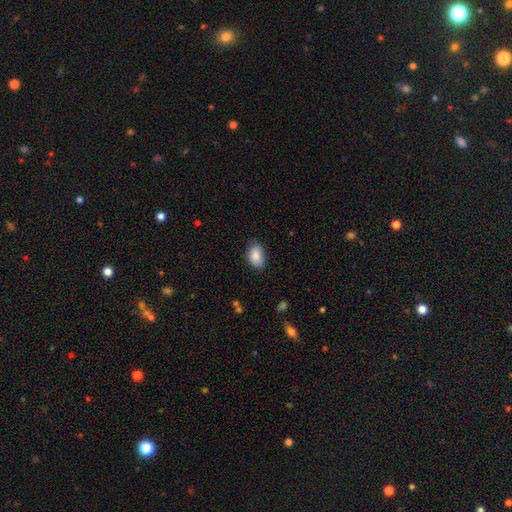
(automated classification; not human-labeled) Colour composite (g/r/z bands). It shows a smooth galaxy with no disk features (86%) that is in between round and cigar-shaped (88%). Merging: none (74%).